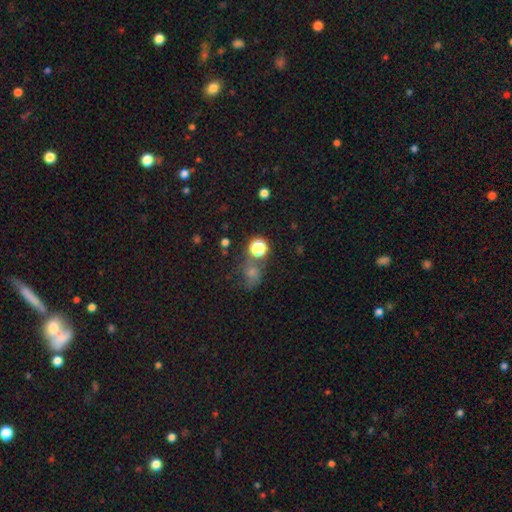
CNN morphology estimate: smooth_or_featured: star or artifact (p=0.44) [alt: smooth p=0.42]